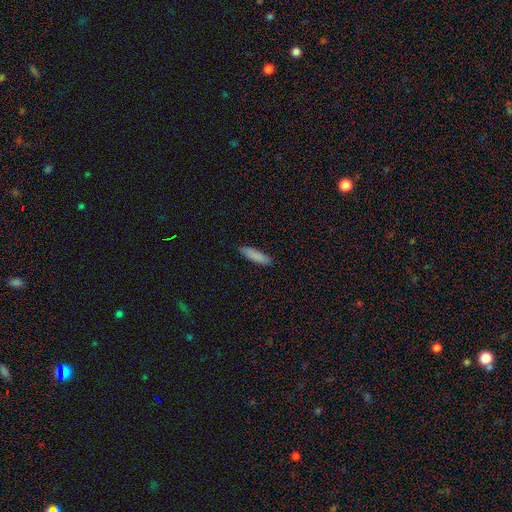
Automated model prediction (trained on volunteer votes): A smooth galaxy with no disk features (85%) that is cigar-shaped (64%). Merging: none (84%).